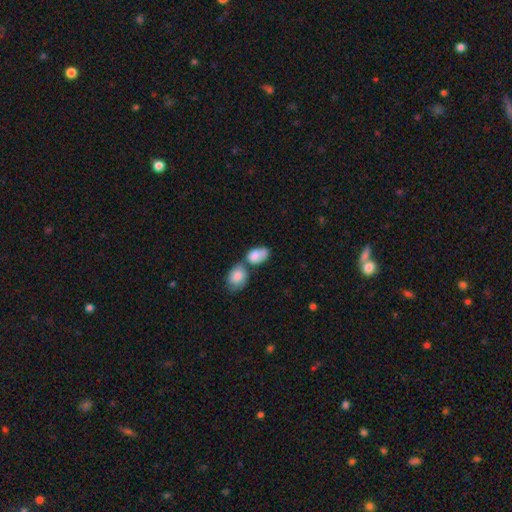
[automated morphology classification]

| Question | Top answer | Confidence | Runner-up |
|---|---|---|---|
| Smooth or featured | smooth | 82% | featured or disk (12%) |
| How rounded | in between | 87% | round (11%) |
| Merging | merger | 57% | none (25%) |